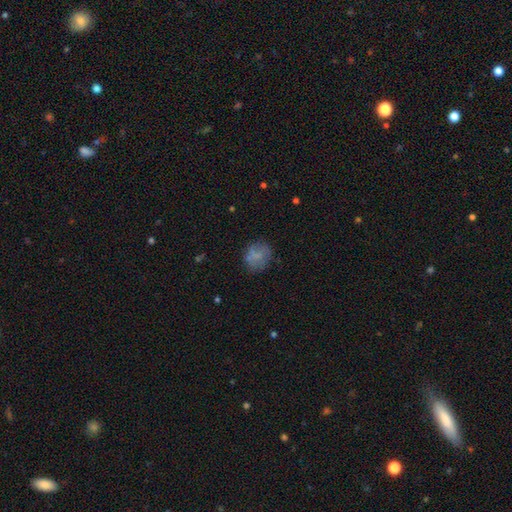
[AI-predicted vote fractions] This is likely a smooth galaxy (64%). How rounded: likely round (73%). Merging: likely none (66%).